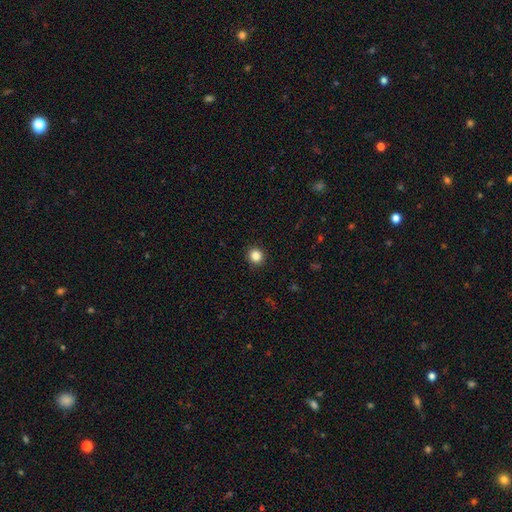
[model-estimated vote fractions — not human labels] smooth 85%, star or artifact 11%, featured or disk 4%. Down the decision tree: how rounded — round (90%); merging — none (92%).